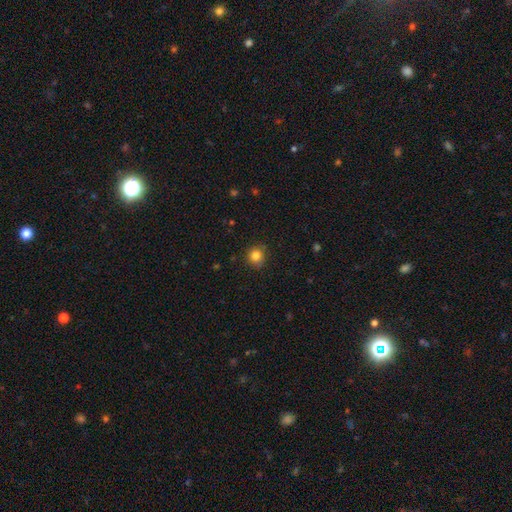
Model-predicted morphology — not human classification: smooth_or_featured: smooth (p=0.83) [alt: star or artifact p=0.12]
how_rounded: round (p=0.90) [alt: in between p=0.09]
merging: none (p=0.86) [alt: minor disturbance p=0.11]